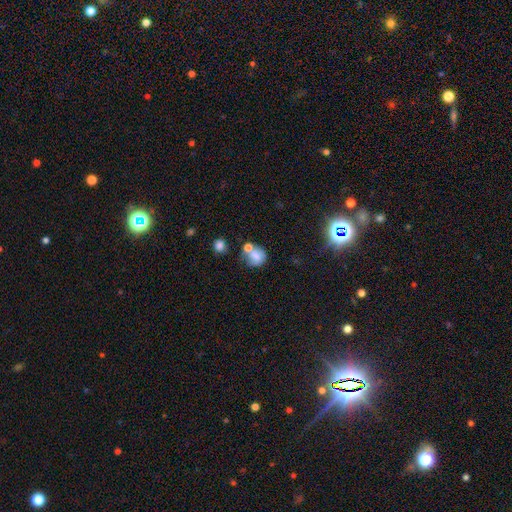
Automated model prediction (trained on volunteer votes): Q: Smooth or featured?
A: smooth (62%); runner-up: featured or disk (26%)
Q: How rounded?
A: round (71%); runner-up: in between (28%)
Q: Merging?
A: none (40%); runner-up: merger (30%)